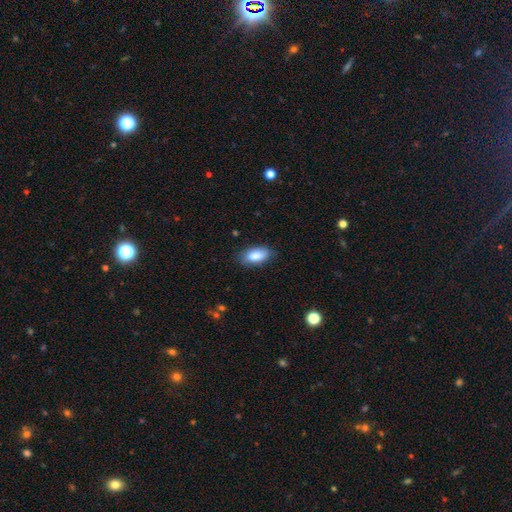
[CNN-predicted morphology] Overall: smooth (86%). How rounded: in between (91%). Merging: none (78%).